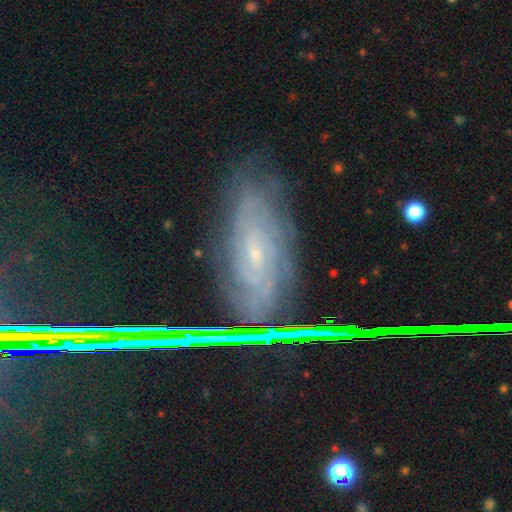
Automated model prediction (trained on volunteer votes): smooth-or-featured: featured or disk: 61% | star or artifact: 21% | smooth: 18%
  disk-edge-on: no: 78% | yes: 22%
  merging: none: 75% | minor disturbance: 17% | major disturbance: 5% | merger: 3%